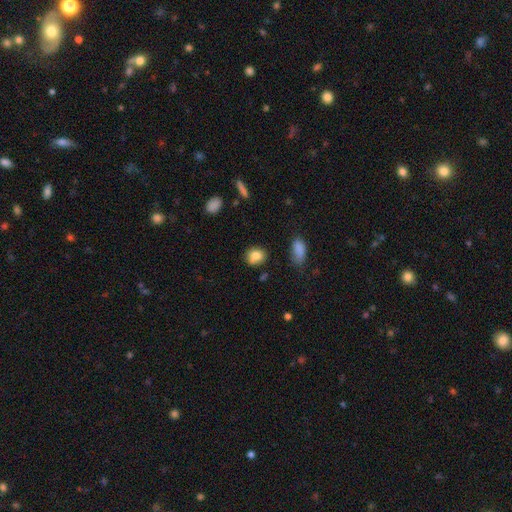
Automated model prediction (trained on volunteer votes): The model was most divided on "how rounded": round: 67%, in between: 31%, cigar-shaped: 1%. More confident: smooth or featured — smooth (81%); merging — none (73%).